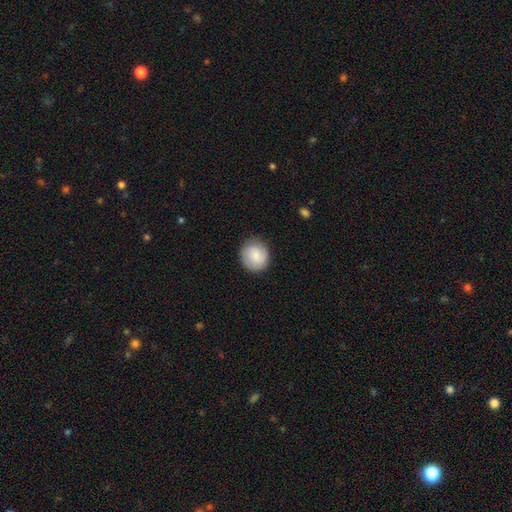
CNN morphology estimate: type=smooth (82%); roundness=round (85%); merging=none (85%).